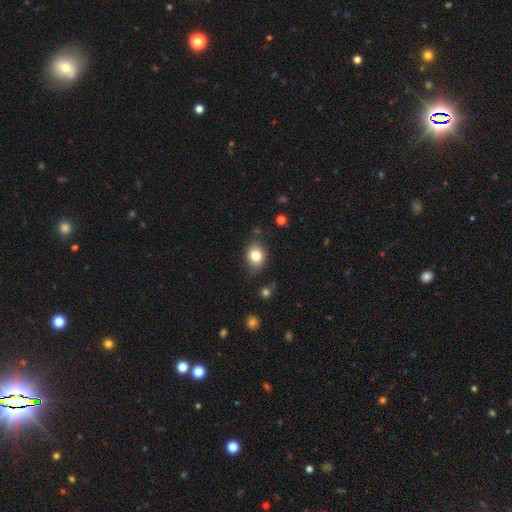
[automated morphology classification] Overall: smooth (81%). How rounded: in between (52%; round 47%). Merging: none (78%).